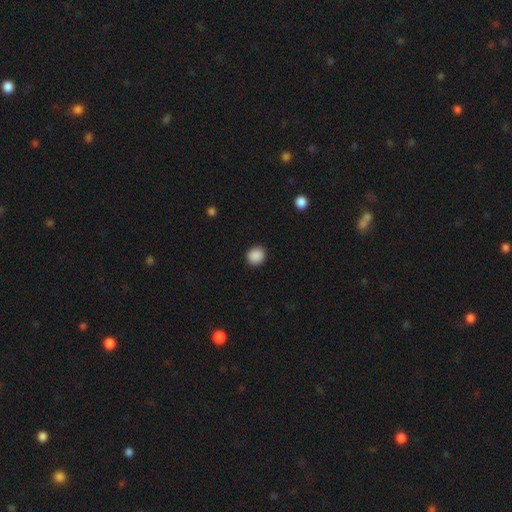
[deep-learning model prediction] Smooth or featured? Predicted: smooth (p=0.89). How rounded? Predicted: round (p=0.81). Merging? Predicted: none (p=0.91).